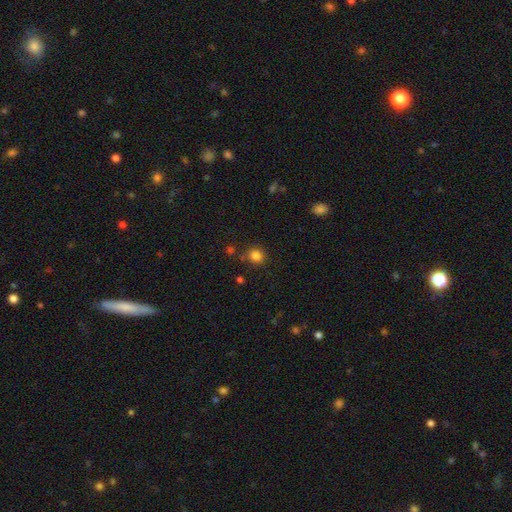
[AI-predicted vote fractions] This is clearly a smooth galaxy (83%). How rounded: clearly round (82%). Merging: likely none (80%).